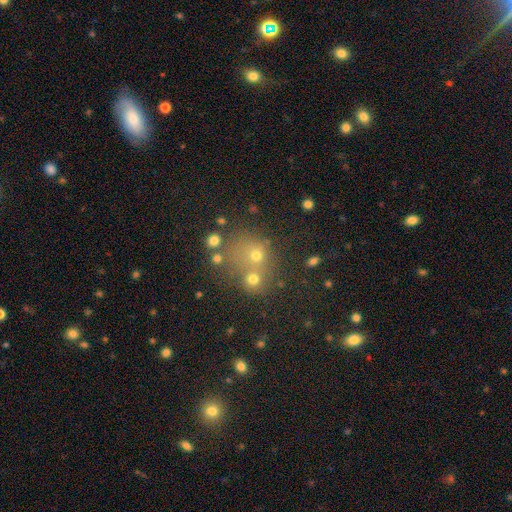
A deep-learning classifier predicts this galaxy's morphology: Smooth or featured: smooth — 53% (star or artifact — 33%)
How rounded: round — 81% (in between — 17%)
Merging: none — 51% (merger — 35%)